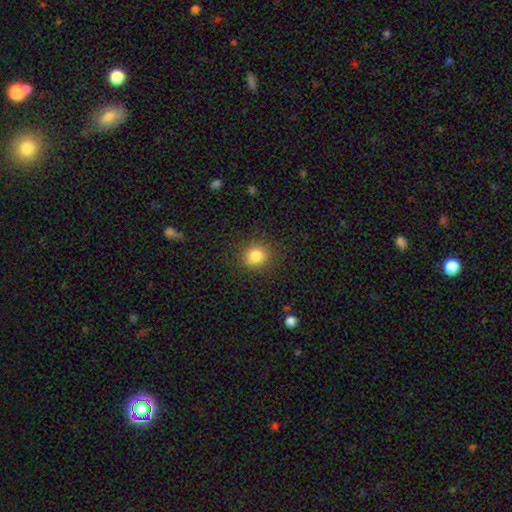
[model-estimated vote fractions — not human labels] This appears to be a smooth galaxy with no disk features (83%) that is round (77%). Merging: none (86%).